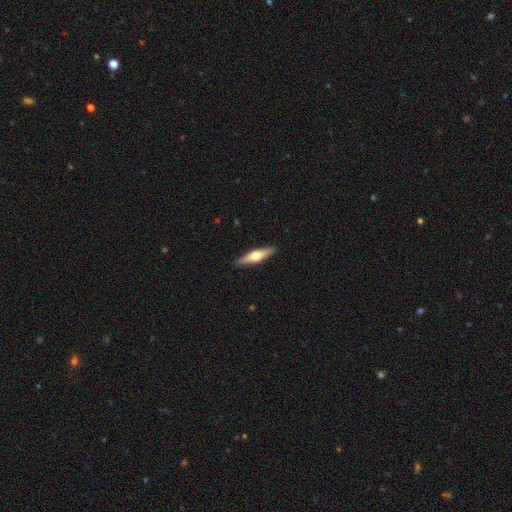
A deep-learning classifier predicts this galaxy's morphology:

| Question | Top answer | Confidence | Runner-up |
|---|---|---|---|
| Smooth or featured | featured or disk | 49% | smooth (45%) |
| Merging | none | 90% | minor disturbance (7%) |